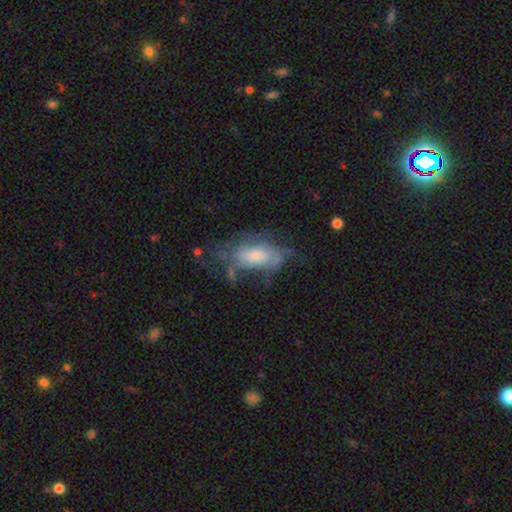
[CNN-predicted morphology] type=featured or disk (54%); edge-on=no (91%); merging=none (40%).